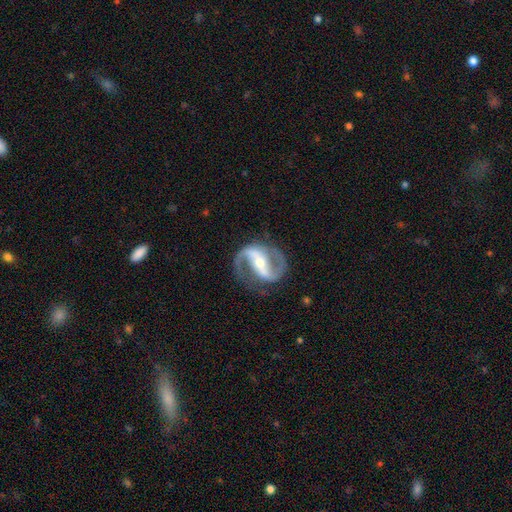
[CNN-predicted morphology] smooth_or_featured: featured or disk (p=0.92) [alt: star or artifact p=0.04]
disk_edge_on: no (p=0.97) [alt: yes p=0.03]
bar: strong (p=0.64) [alt: weak p=0.23]
has_spiral_arms: yes (p=0.98) [alt: no p=0.02]
spiral_winding: medium (p=0.57) [alt: loose p=0.22]
spiral_arm_count: 2 (p=0.94) [alt: 1 p=0.02]
bulge_size: small (p=0.48) [alt: moderate p=0.47]
merging: none (p=0.82) [alt: minor disturbance p=0.11]